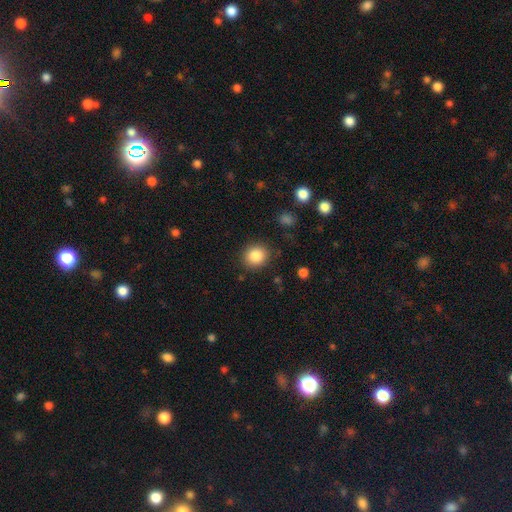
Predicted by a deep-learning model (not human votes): Smooth or featured? Predicted: smooth (p=0.85). How rounded? Predicted: round (p=0.81). Merging? Predicted: none (p=0.86).